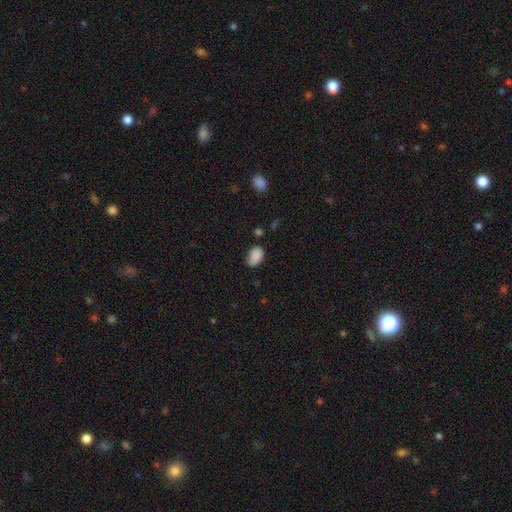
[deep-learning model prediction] The model was most divided on "merging": none: 63%, minor disturbance: 28%, major disturbance: 6%, merger: 3%. More confident: smooth or featured — smooth (86%); how rounded — in between (83%).